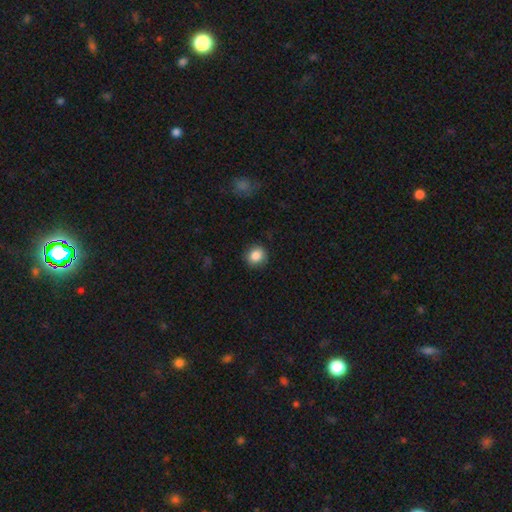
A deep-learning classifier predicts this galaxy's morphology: Smooth or featured: smooth — 86% (star or artifact — 9%)
How rounded: round — 85% (in between — 14%)
Merging: none — 87% (minor disturbance — 9%)